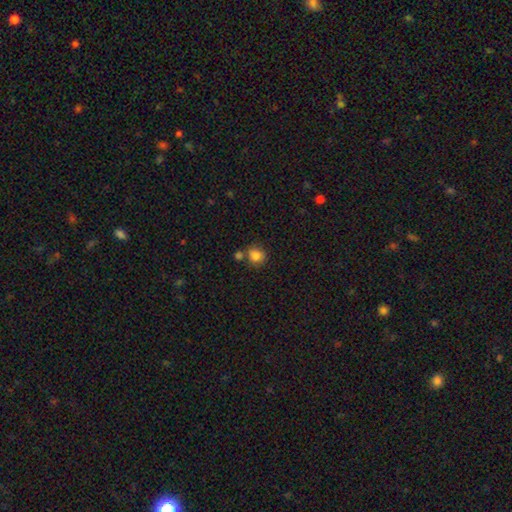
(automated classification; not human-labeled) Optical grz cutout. It shows a smooth galaxy with no disk features (81%) that is round (70%). Merging: none (59%).